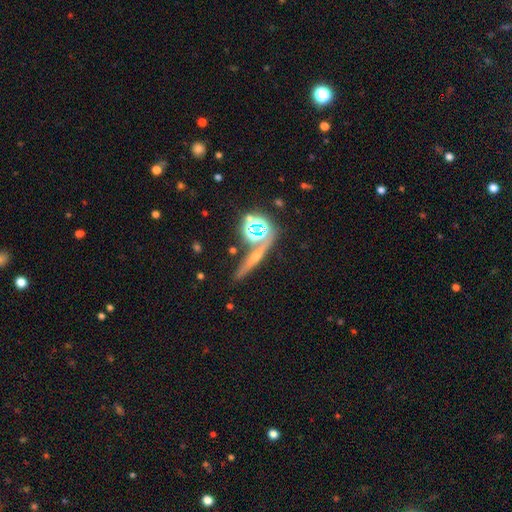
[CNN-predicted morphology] featured or disk 41%, star or artifact 31%, smooth 28%. Down the decision tree: merging — none (76%).